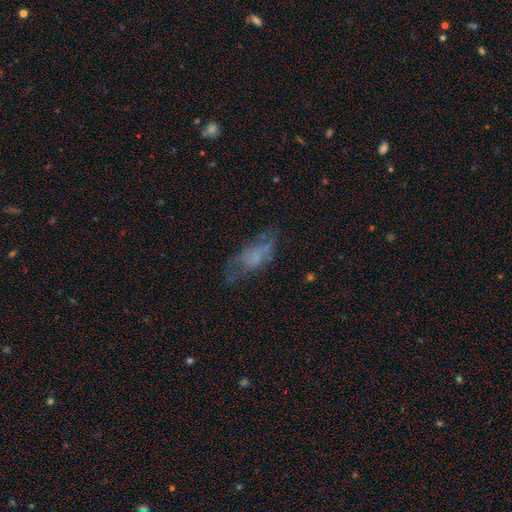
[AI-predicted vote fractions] smooth_or_featured: smooth (p=0.44) [alt: featured or disk p=0.43]
merging: none (p=0.48) [alt: major disturbance p=0.25]